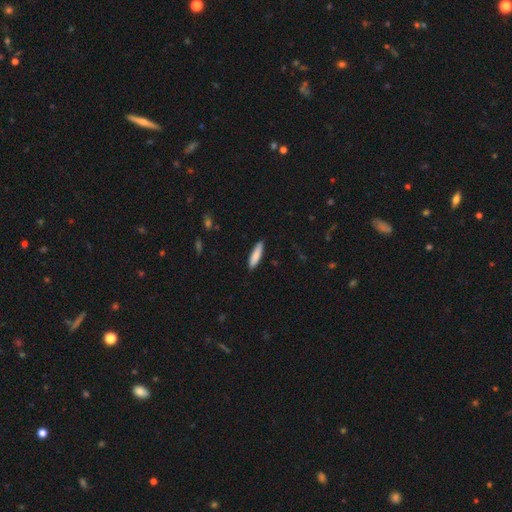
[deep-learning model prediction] Q: Smooth or featured?
A: smooth (84%); runner-up: featured or disk (10%)
Q: How rounded?
A: cigar-shaped (76%); runner-up: in between (23%)
Q: Merging?
A: none (88%); runner-up: minor disturbance (9%)